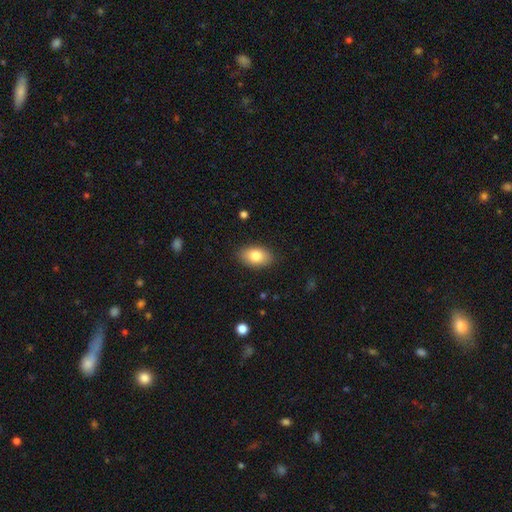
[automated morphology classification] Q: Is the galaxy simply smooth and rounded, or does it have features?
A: smooth — 82%.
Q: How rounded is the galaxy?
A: in between — 91%.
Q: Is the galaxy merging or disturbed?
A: none — 87%.